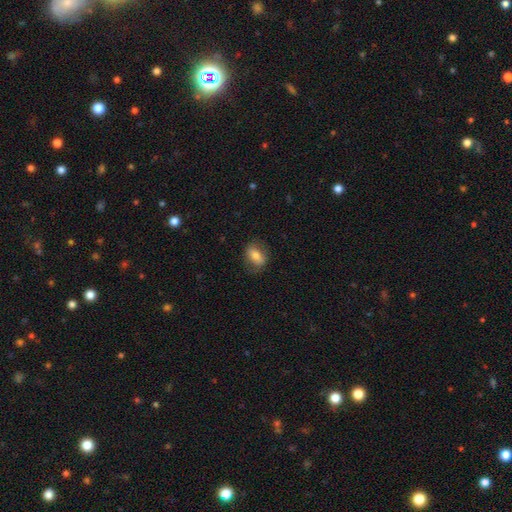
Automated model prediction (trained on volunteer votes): Morphology: type=smooth (68%); roundness=in between (75%); merging=none (77%).